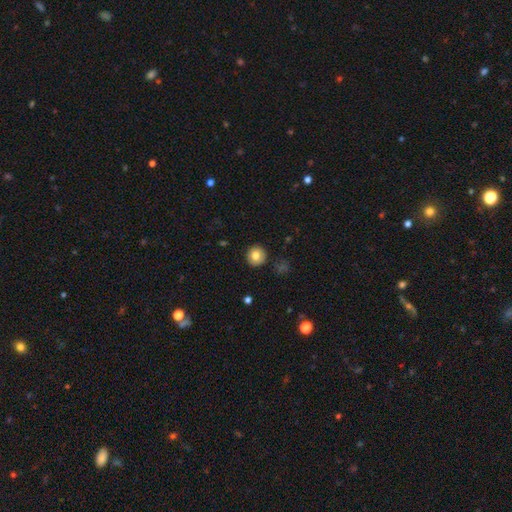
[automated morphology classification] A smooth galaxy with no disk features (80%) that is round (93%).

Vote fractions:
- Smooth or featured? smooth: 80% / featured or disk: 11% / star or artifact: 9%
- How rounded? round: 93% / in between: 6% / cigar-shaped: 1%
- Merging? none: 90% / minor disturbance: 6% / major disturbance: 2% / merger: 1%